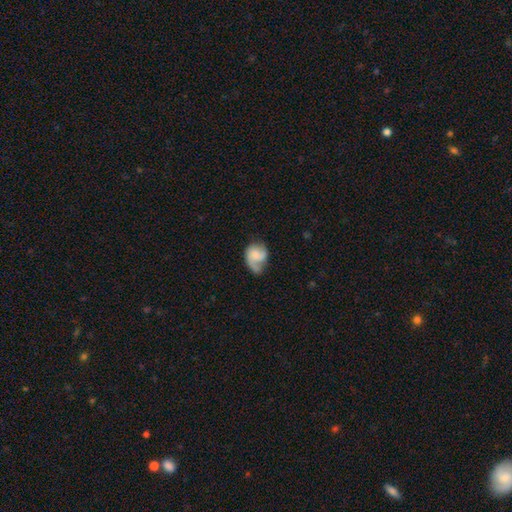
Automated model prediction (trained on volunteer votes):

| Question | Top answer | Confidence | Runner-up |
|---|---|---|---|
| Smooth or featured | featured or disk | 57% | smooth (36%) |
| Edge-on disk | no | 97% | yes (3%) |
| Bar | no | 67% | weak (28%) |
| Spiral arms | yes | 89% | no (11%) |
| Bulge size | none | 37% | small (32%) |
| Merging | none | 42% | minor disturbance (30%) |